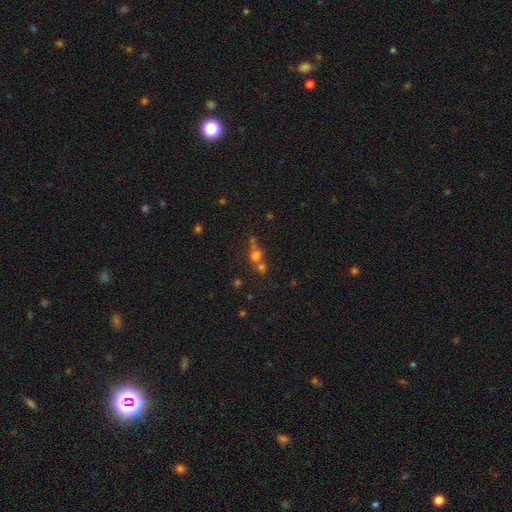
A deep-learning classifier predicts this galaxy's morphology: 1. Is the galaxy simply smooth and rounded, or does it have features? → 59% smooth, 25% star or artifact, 16% featured or disk.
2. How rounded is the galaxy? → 78% round, 19% in between, 2% cigar-shaped.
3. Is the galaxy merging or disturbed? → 48% merger, 40% none, 7% minor disturbance, 5% major disturbance.